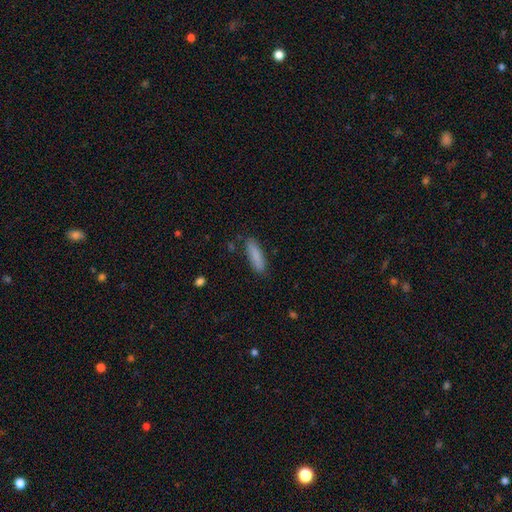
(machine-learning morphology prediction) smooth-or-featured: smooth: 86% | featured or disk: 7% | star or artifact: 7%
  how-rounded: cigar-shaped: 65% | in between: 33% | round: 1%
  merging: none: 83% | minor disturbance: 12% | major disturbance: 3% | merger: 2%